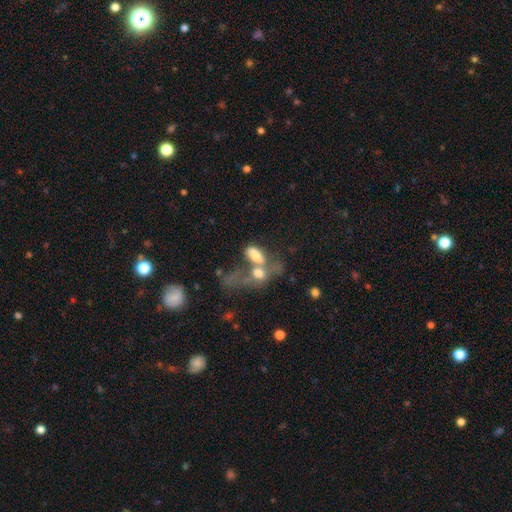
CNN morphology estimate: Smooth or featured: smooth — 64% (featured or disk — 26%)
How rounded: in between — 82% (cigar-shaped — 11%)
Merging: merger — 65% (none — 14%)